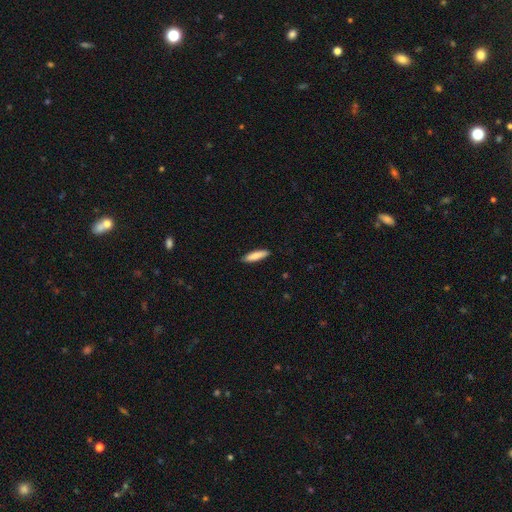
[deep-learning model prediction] smooth_or_featured: smooth (p=0.85) [alt: featured or disk p=0.10]
how_rounded: cigar-shaped (p=0.73) [alt: in between p=0.26]
merging: none (p=0.88) [alt: minor disturbance p=0.09]